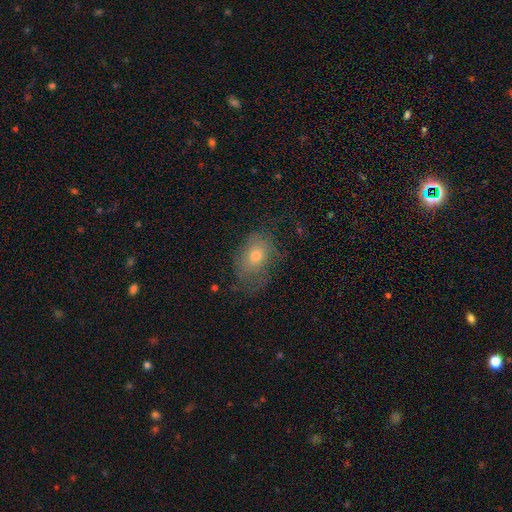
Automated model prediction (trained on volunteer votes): A smooth galaxy with no disk features (57%) that is in between round and cigar-shaped (71%).

Vote fractions:
- Smooth or featured? smooth: 57% / featured or disk: 30% / star or artifact: 13%
- How rounded? in between: 71% / round: 27% / cigar-shaped: 2%
- Merging? none: 58% / minor disturbance: 26% / major disturbance: 15% / merger: 1%